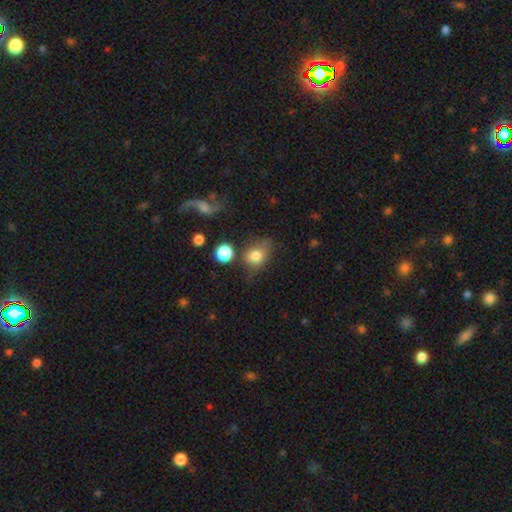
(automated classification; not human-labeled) Morphology: type=smooth (77%); roundness=in between (58%); merging=none (53%).